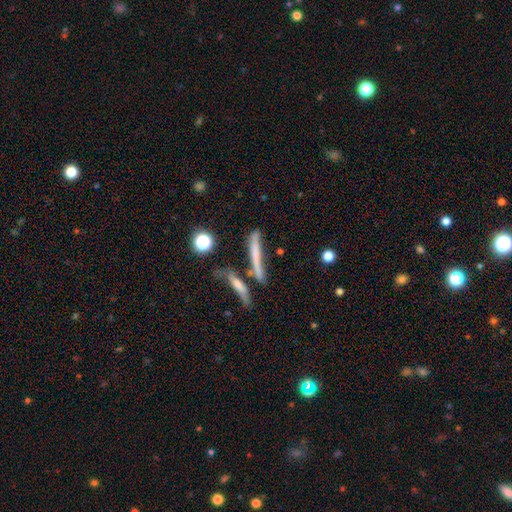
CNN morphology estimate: Overall: smooth (51%; featured or disk 38%). How rounded: cigar-shaped (88%). Merging: none (56%; merger 22%).